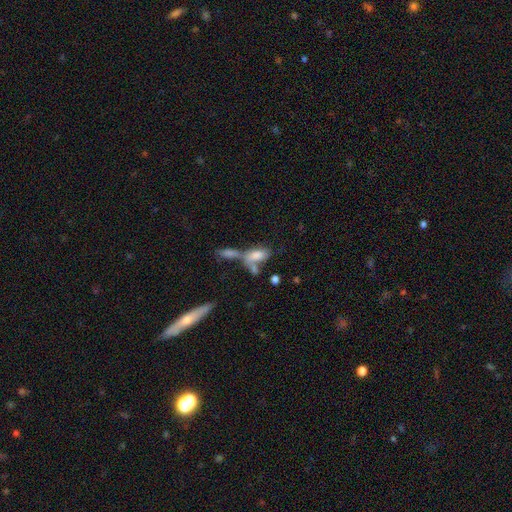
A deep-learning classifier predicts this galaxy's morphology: Overall: smooth (73%). How rounded: in between (85%). Merging: merger (57%; none 24%).